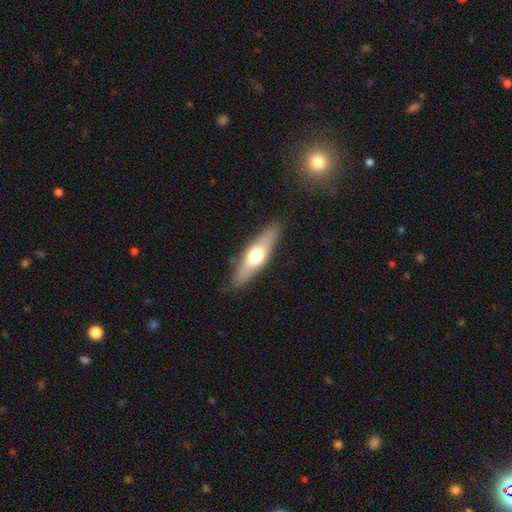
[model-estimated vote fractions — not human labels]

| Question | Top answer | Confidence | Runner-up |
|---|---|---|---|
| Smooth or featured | smooth | 52% | featured or disk (42%) |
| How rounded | cigar-shaped | 59% | in between (39%) |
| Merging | none | 86% | minor disturbance (10%) |